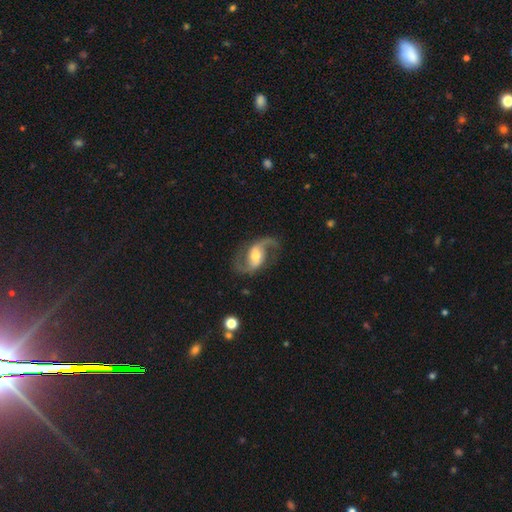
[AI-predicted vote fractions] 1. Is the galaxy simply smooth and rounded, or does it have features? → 90% featured or disk, 5% smooth, 5% star or artifact.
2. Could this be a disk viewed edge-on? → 97% no, 3% yes.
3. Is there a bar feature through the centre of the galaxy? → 45% weak, 30% no, 25% strong.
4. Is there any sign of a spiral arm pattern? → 97% yes, 3% no.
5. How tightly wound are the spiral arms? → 54% loose, 40% medium, 7% tight.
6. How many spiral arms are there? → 93% 2, 2% 1, 2% can't tell, 1% 3, 1% 4, 1% more than 4.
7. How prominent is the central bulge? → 62% moderate, 25% small, 10% large, 2% none, 1% dominant.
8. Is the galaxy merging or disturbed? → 79% none, 12% minor disturbance, 7% major disturbance, 1% merger.